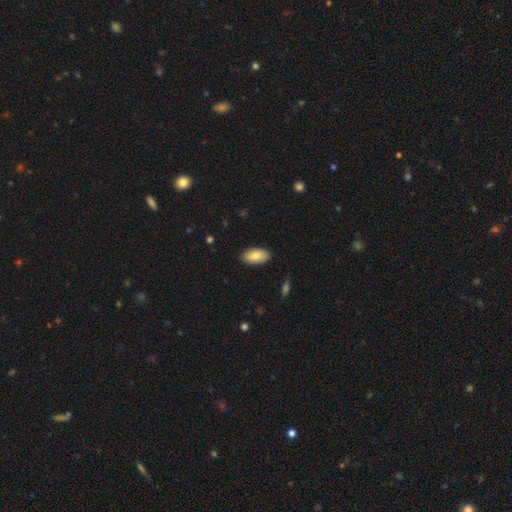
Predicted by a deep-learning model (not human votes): A smooth galaxy with no disk features (82%) that is in between round and cigar-shaped (95%).

Vote fractions:
- Smooth or featured? smooth: 82% / featured or disk: 12% / star or artifact: 6%
- How rounded? in between: 95% / cigar-shaped: 3% / round: 2%
- Merging? none: 88% / minor disturbance: 9% / major disturbance: 2% / merger: 1%